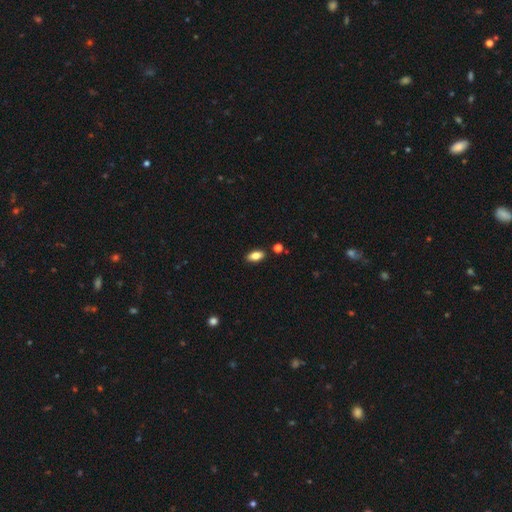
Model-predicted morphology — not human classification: This is clearly a smooth galaxy (82%). How rounded: clearly in between (89%). Merging: clearly none (87%).